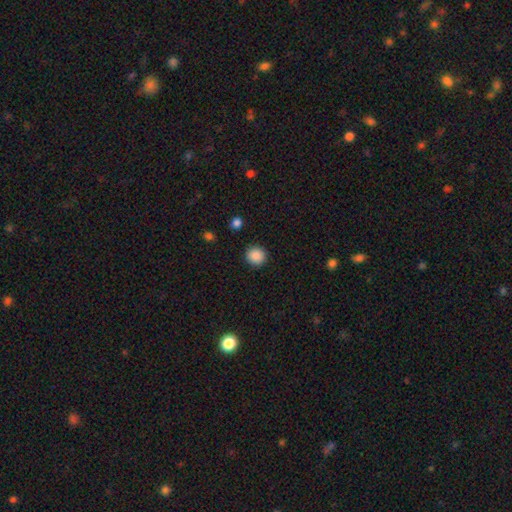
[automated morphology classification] smooth_or_featured: smooth (p=0.89) [alt: star or artifact p=0.09]
how_rounded: round (p=0.90) [alt: in between p=0.09]
merging: none (p=0.91) [alt: minor disturbance p=0.06]